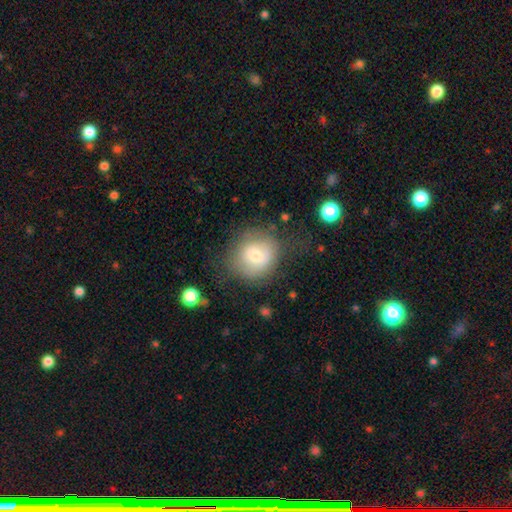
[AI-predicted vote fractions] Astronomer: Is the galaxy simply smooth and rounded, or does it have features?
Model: smooth — 66%.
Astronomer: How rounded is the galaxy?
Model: round — 79%.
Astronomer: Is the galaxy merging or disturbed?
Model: none — 60%.